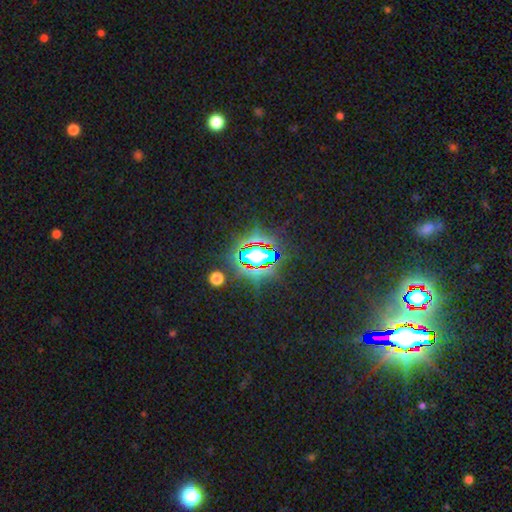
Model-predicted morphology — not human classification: star or artifact 75%, smooth 15%, featured or disk 10%.